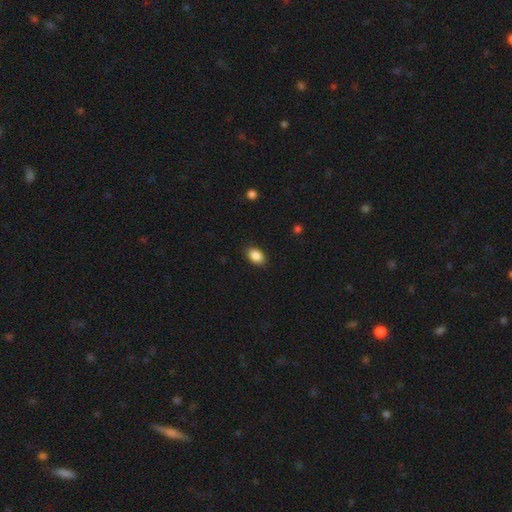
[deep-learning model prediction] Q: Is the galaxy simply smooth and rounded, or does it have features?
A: smooth — 88%.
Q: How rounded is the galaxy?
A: in between — 85%.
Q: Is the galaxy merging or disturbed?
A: none — 88%.